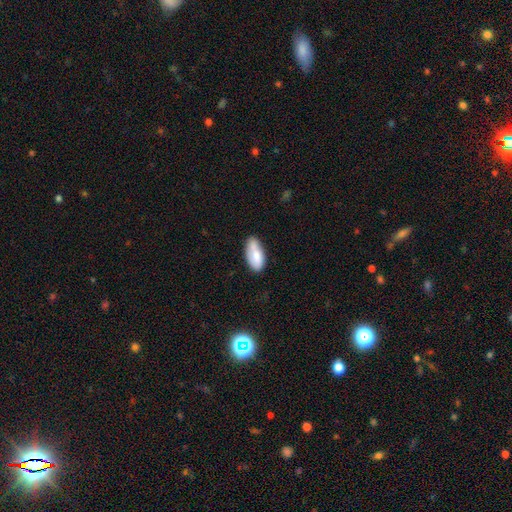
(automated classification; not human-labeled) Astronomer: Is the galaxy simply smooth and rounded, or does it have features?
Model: smooth — 76%.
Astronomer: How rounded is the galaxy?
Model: in between — 89%.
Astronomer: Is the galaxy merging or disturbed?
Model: none — 63%.